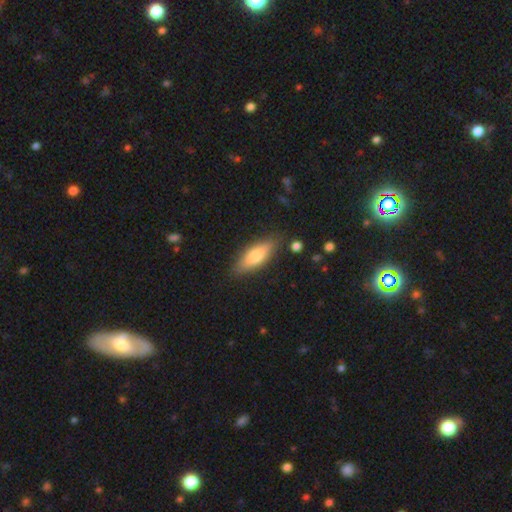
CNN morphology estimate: smooth 72%, featured or disk 22%, star or artifact 6%. Down the decision tree: how rounded — in between (61%); merging — none (82%).